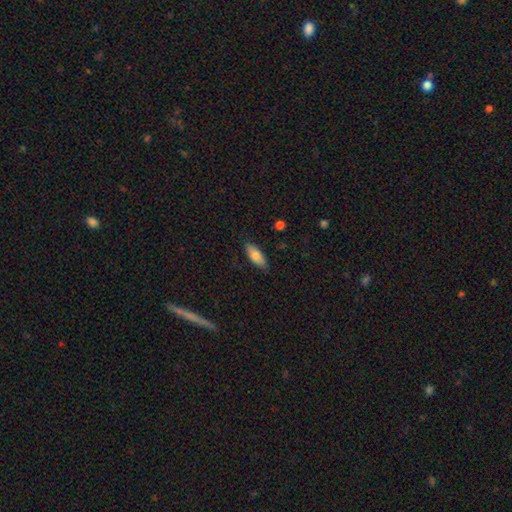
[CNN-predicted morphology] Smooth or featured?
  - smooth: 77% *
  - featured or disk: 16%
  - star or artifact: 6%
How rounded?
  - in between: 79% *
  - cigar-shaped: 19%
  - round: 2%
Merging?
  - none: 84% *
  - minor disturbance: 12%
  - major disturbance: 2%
  - merger: 1%